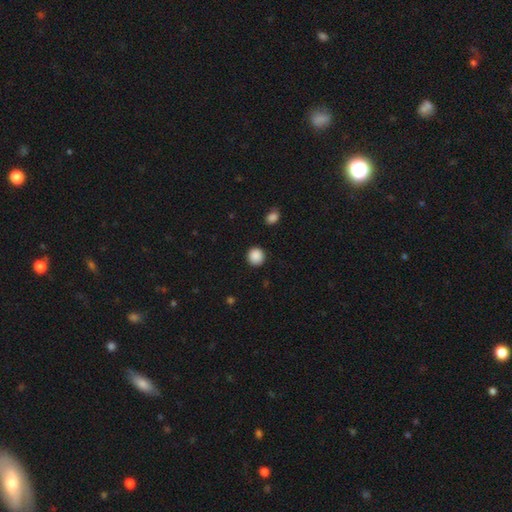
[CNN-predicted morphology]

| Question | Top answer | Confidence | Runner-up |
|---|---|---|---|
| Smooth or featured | smooth | 89% | star or artifact (9%) |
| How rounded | round | 92% | in between (7%) |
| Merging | none | 91% | minor disturbance (6%) |